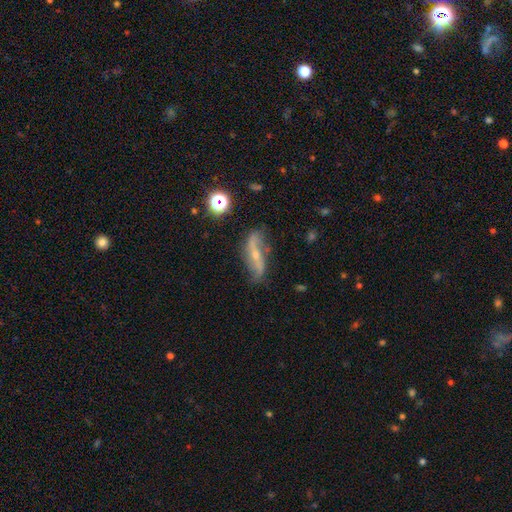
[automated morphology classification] A featured or disk galaxy (76%) with no bar (38%), 2 (89%) loose (81%) spiral arms (89%) and a small central bulge (66%).

Vote fractions:
- Smooth or featured? featured or disk: 76% / smooth: 14% / star or artifact: 9%
- Edge-on disk? no: 81% / yes: 19%
- Bar? no: 38% / strong: 33% / weak: 29%
- Spiral arms? yes: 89% / no: 11%
- Spiral winding? loose: 81% / medium: 13% / tight: 6%
- Spiral arm count? 2: 89% / can't tell: 5% / 1: 3% / 3: 1% / 4: 1% / more than 4: 1%
- Bulge size? small: 66% / moderate: 27% / none: 4% / large: 1% / dominant: 1%
- Merging? none: 69% / minor disturbance: 20% / major disturbance: 8% / merger: 3%